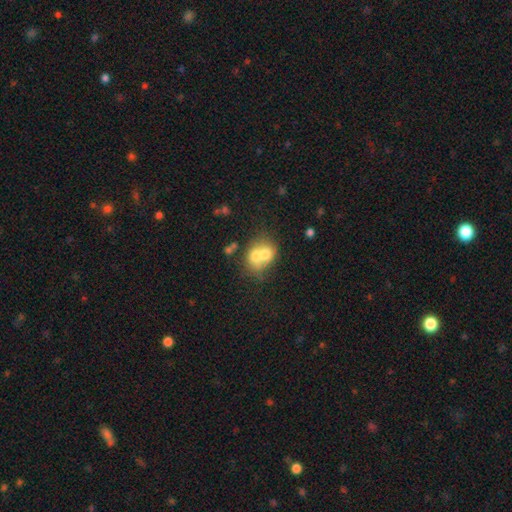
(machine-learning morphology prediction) Smooth or featured? Predicted: smooth (p=0.63). How rounded? Predicted: round (p=0.58). Merging? Predicted: merger (p=0.68).